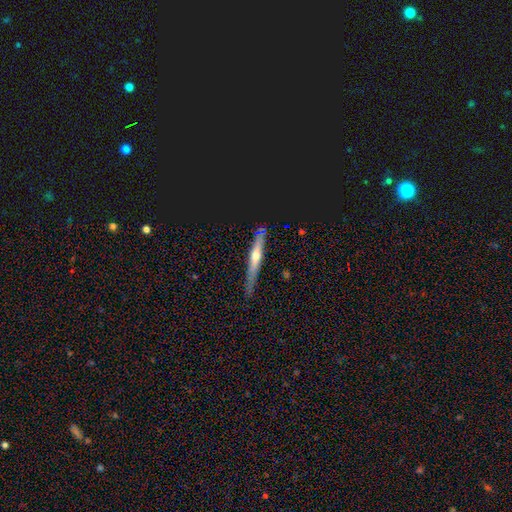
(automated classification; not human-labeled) smooth_or_featured: featured or disk (p=0.59) [alt: smooth p=0.33]
disk_edge_on: yes (p=0.91) [alt: no p=0.09]
edge_on_bulge: rounded (p=0.76) [alt: none p=0.19]
merging: none (p=0.75) [alt: minor disturbance p=0.18]